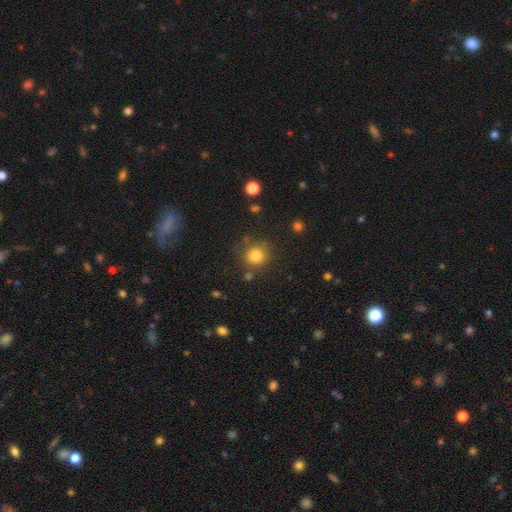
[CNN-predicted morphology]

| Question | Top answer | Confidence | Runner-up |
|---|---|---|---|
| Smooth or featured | smooth | 81% | star or artifact (12%) |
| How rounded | round | 90% | in between (9%) |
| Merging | none | 79% | minor disturbance (10%) |